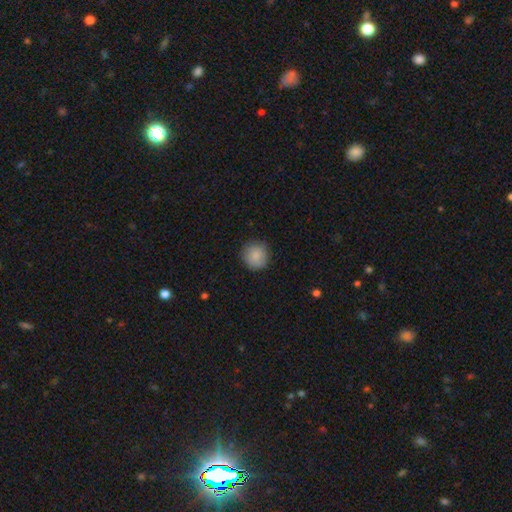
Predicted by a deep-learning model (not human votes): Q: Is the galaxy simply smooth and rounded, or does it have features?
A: smooth — 87%.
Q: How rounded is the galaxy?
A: round — 92%.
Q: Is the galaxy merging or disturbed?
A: none — 86%.